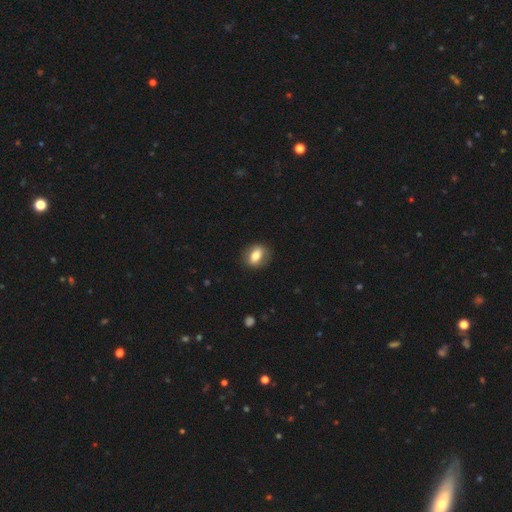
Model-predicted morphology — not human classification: Smooth or featured? Predicted: smooth (p=0.72). How rounded? Predicted: in between (p=0.62). Merging? Predicted: none (p=0.86).